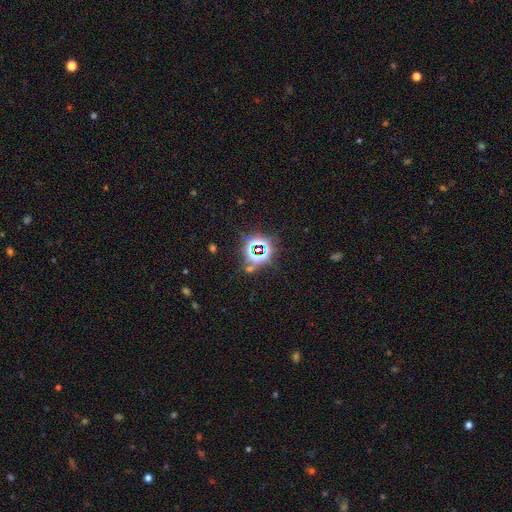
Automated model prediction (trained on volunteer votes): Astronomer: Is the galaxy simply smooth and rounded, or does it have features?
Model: star or artifact — 78%.